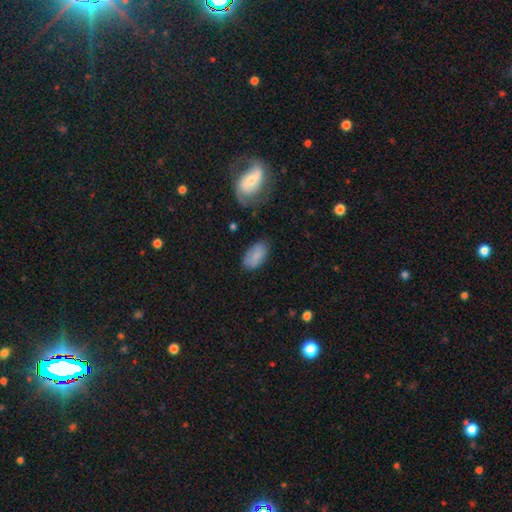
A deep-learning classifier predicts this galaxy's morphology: smooth 81%, featured or disk 11%, star or artifact 8%. Down the decision tree: how rounded — in between (94%); merging — none (69%).